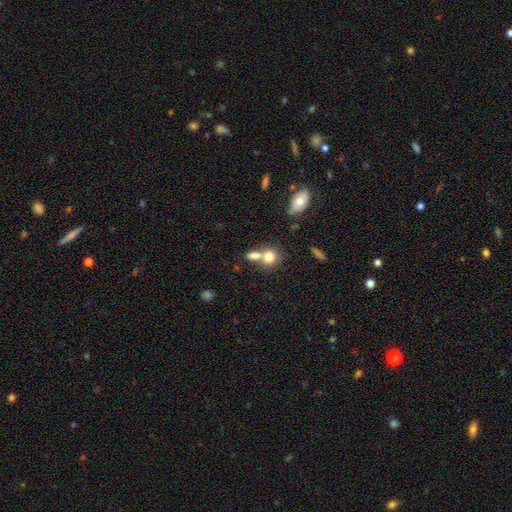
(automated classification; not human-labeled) The model was most divided on "how rounded": in between: 54%, round: 43%, cigar-shaped: 3%. More confident: smooth or featured — smooth (78%); merging — merger (55%).